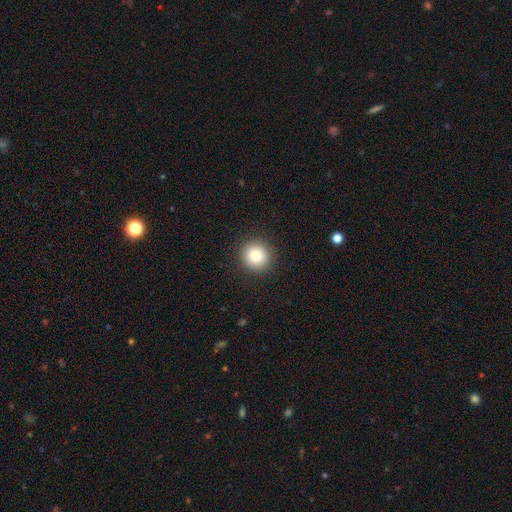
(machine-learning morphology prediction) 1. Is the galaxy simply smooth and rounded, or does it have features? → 81% smooth, 10% star or artifact, 8% featured or disk.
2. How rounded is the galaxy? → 94% round, 5% in between, 1% cigar-shaped.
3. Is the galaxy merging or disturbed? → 91% none, 6% minor disturbance, 2% major disturbance, 1% merger.